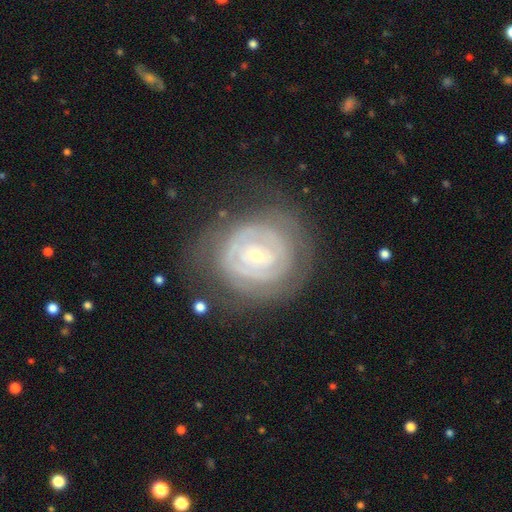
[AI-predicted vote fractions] smooth-or-featured: featured or disk: 77% | smooth: 17% | star or artifact: 6%
  disk-edge-on: no: 96% | yes: 4%
    bar: no: 63% | weak: 26% | strong: 11%
    has-spiral-arms: yes: 70% | no: 30%
      spiral-winding: tight: 78% | medium: 15% | loose: 6%
      spiral-arm-count: can't tell: 50% | 2: 23% | 3: 10% | 1: 7% | 4: 6% | more than 4: 4%
    bulge-size: small: 68% | moderate: 29% | large: 2% | dominant: 1% | none: 1%
  merging: none: 67% | minor disturbance: 19% | major disturbance: 12% | merger: 2%